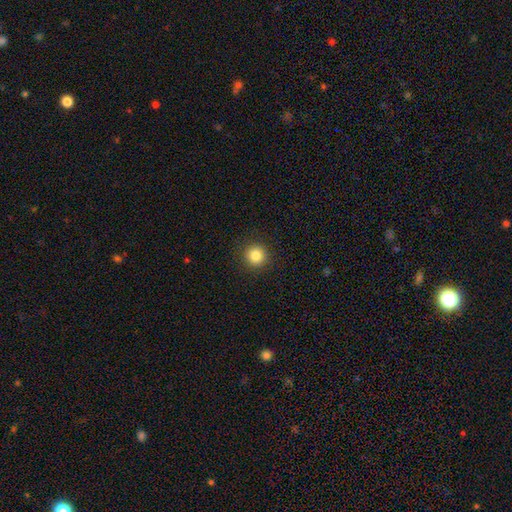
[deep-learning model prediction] This is clearly a smooth galaxy (84%). How rounded: clearly round (95%). Merging: clearly none (92%).